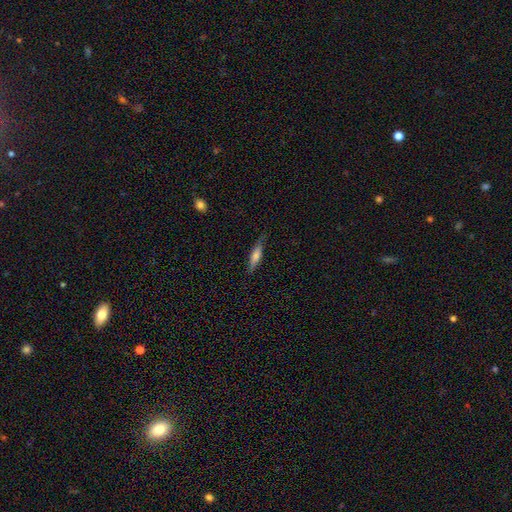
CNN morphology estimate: Smooth or featured: smooth — 53% (featured or disk — 40%)
How rounded: cigar-shaped — 76% (in between — 22%)
Merging: none — 80% (minor disturbance — 16%)